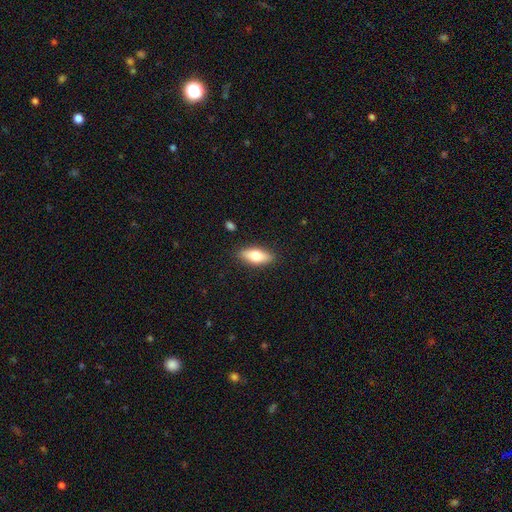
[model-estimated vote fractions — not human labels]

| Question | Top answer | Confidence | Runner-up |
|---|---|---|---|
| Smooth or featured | smooth | 70% | featured or disk (23%) |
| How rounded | in between | 74% | cigar-shaped (23%) |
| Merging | none | 87% | minor disturbance (9%) |